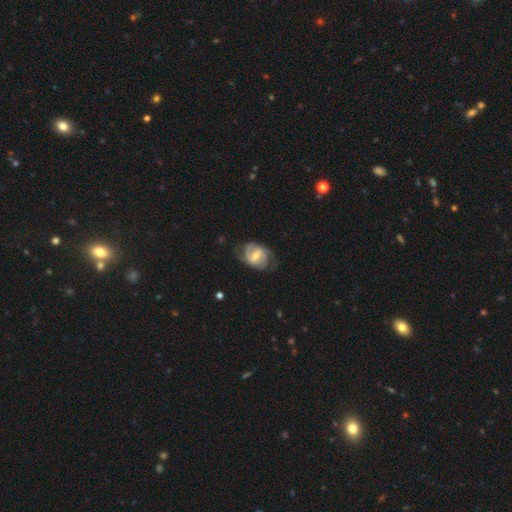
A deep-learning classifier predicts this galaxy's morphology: Smooth or featured? Predicted: featured or disk (p=0.76). Edge-on disk? Predicted: no (p=0.97). Bar? Predicted: weak (p=0.54). Spiral arms? Predicted: yes (p=0.91). Spiral winding? Predicted: medium (p=0.44). Spiral arm count? Predicted: 2 (p=0.66). Bulge size? Predicted: moderate (p=0.61). Merging? Predicted: none (p=0.61).